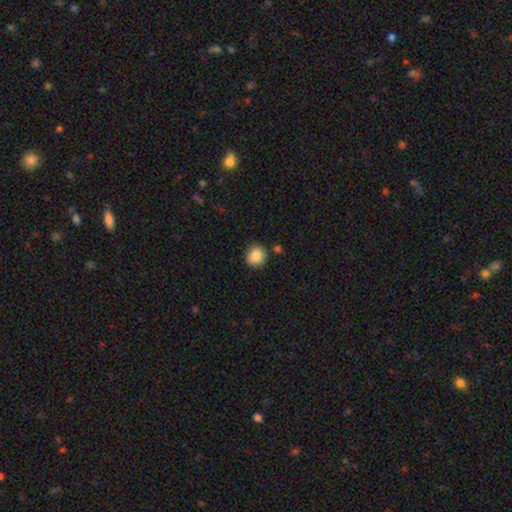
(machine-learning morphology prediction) type=smooth (86%); roundness=round (87%); merging=none (84%).